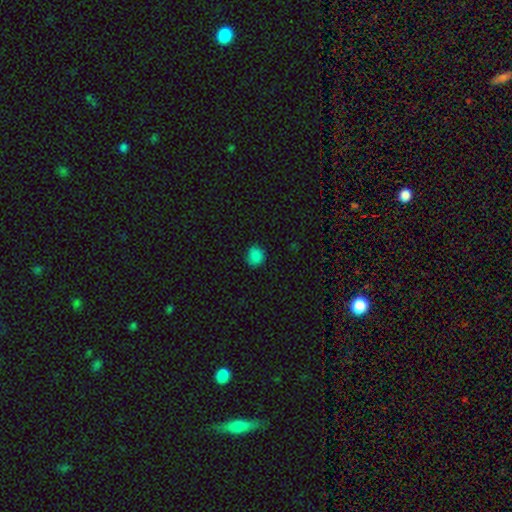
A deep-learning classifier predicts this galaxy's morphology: Smooth or featured? Predicted: smooth (p=0.85). How rounded? Predicted: round (p=0.83). Merging? Predicted: none (p=0.83).